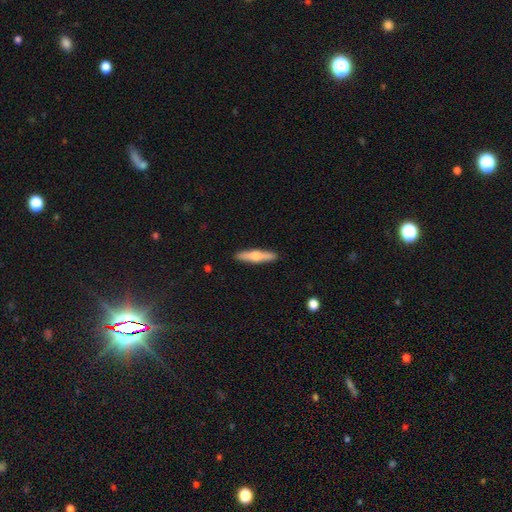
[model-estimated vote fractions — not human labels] Morphology: type=smooth (48%); merging=none (90%).